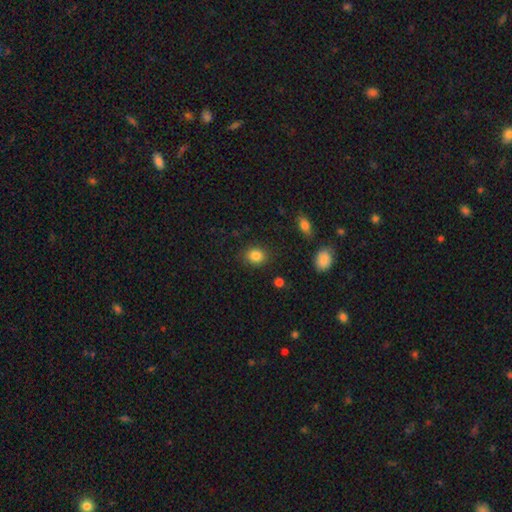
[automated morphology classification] Overall: smooth (85%). How rounded: round (61%; in between 38%). Merging: none (86%).